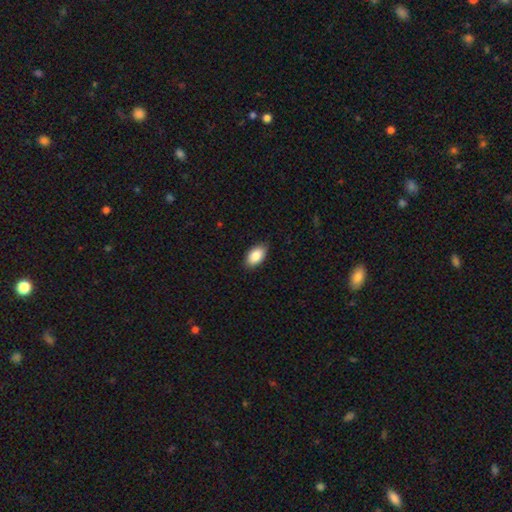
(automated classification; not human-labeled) Smooth or featured?
  - smooth: 85% *
  - featured or disk: 8%
  - star or artifact: 7%
How rounded?
  - in between: 93% *
  - round: 5%
  - cigar-shaped: 2%
Merging?
  - none: 87% *
  - minor disturbance: 11%
  - major disturbance: 2%
  - merger: 1%